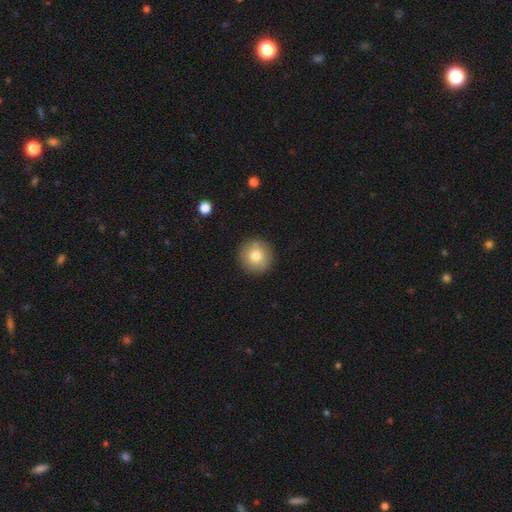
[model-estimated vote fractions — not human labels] Smooth or featured? smooth (79%)
How rounded? round (95%)
Merging? none (91%)